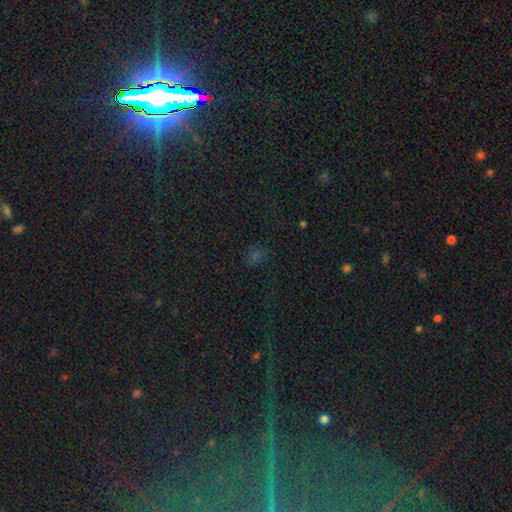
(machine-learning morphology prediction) Smooth or featured? star or artifact (50%)